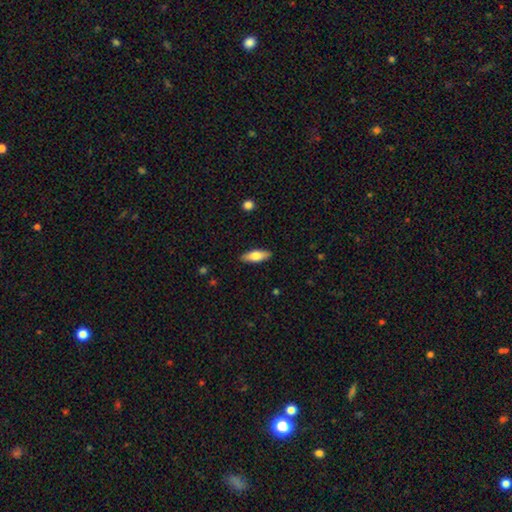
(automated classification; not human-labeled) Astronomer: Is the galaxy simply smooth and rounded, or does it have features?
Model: smooth — 72%.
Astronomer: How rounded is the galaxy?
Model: in between — 69%.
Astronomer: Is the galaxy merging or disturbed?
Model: none — 89%.